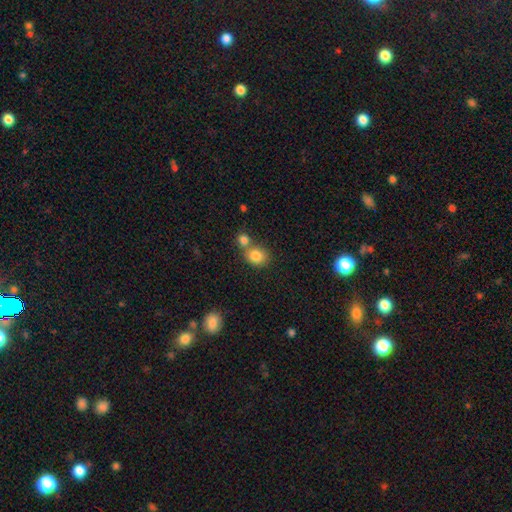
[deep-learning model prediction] smooth 83%, star or artifact 10%, featured or disk 7%. Down the decision tree: how rounded — round (72%); merging — none (50%).